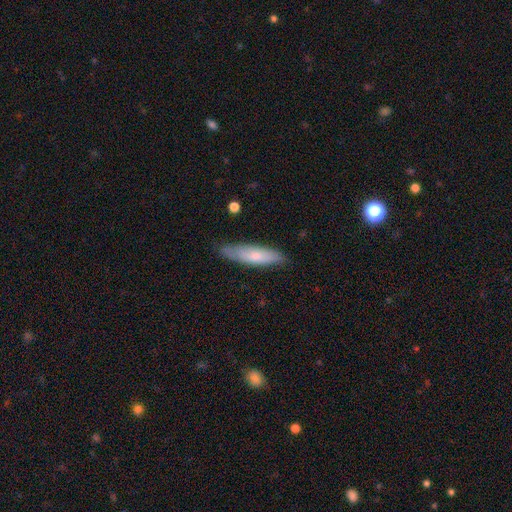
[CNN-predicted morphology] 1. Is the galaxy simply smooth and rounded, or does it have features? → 68% smooth, 26% featured or disk, 6% star or artifact.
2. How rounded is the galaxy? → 66% cigar-shaped, 33% in between, 2% round.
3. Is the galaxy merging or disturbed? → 78% none, 18% minor disturbance, 3% major disturbance, 1% merger.